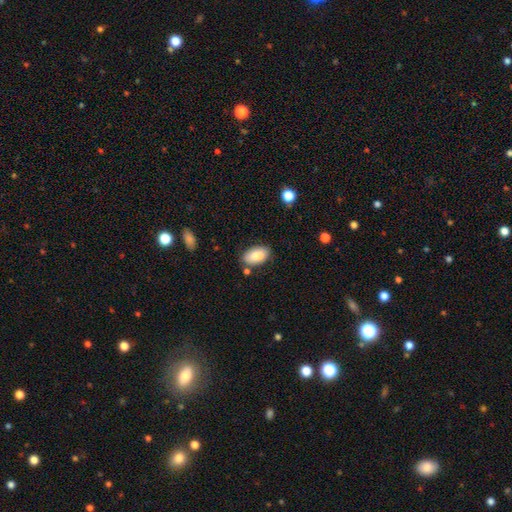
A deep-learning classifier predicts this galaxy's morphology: Q: Smooth or featured?
A: smooth (79%); runner-up: featured or disk (14%)
Q: How rounded?
A: in between (93%); runner-up: round (4%)
Q: Merging?
A: none (70%); runner-up: minor disturbance (18%)